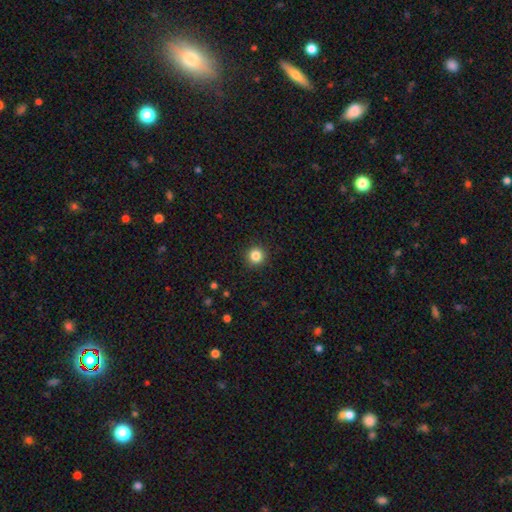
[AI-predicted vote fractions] Q: Smooth or featured?
A: smooth (84%); runner-up: star or artifact (12%)
Q: How rounded?
A: round (95%); runner-up: in between (4%)
Q: Merging?
A: none (93%); runner-up: minor disturbance (5%)